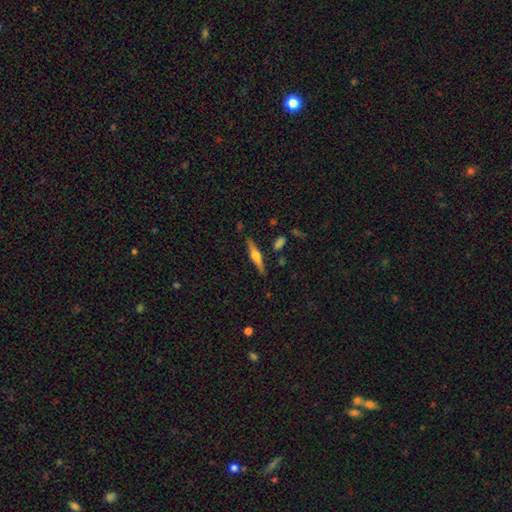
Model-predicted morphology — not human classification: This is likely a featured or disk galaxy (68%). It is clearly viewed edge-on (97%). Edge-on bulge: clearly rounded (91%). Merging: clearly none (86%).